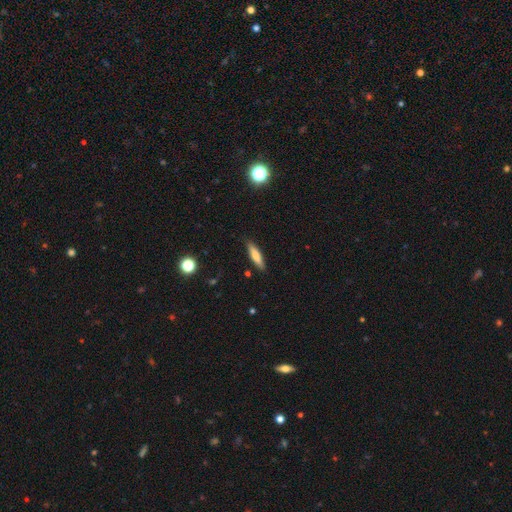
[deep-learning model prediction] This is likely a smooth galaxy (70%). How rounded: likely cigar-shaped (76%). Merging: clearly none (87%).